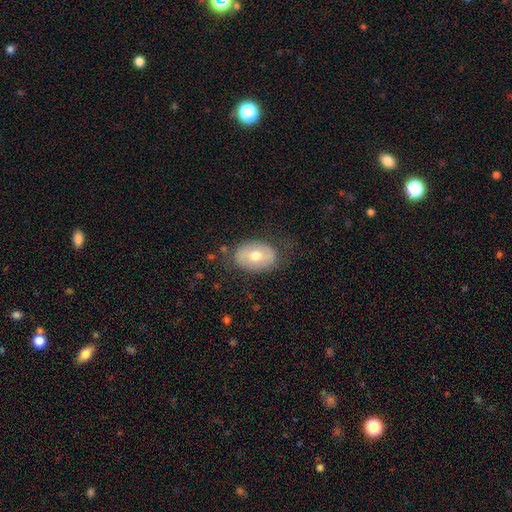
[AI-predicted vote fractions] The model was most divided on "smooth or featured": smooth: 58%, featured or disk: 35%, star or artifact: 7%. More confident: how rounded — in between (81%); merging — none (73%).